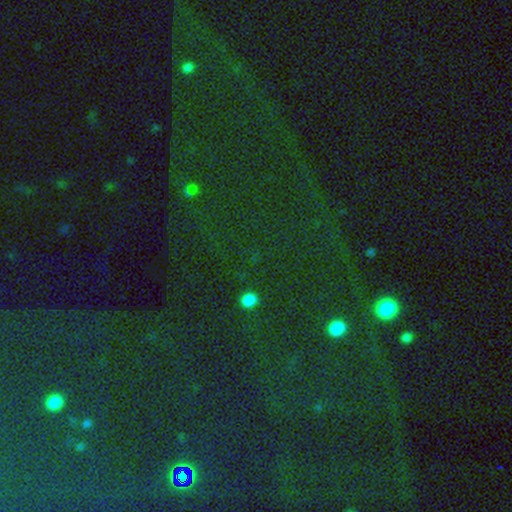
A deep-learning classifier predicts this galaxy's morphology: Smooth or featured: star or artifact — 80% (smooth — 12%)